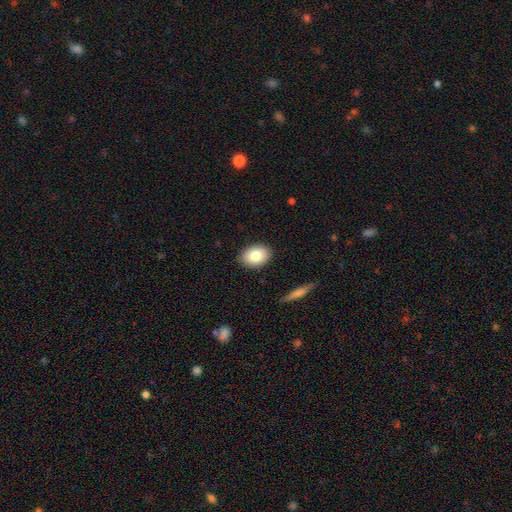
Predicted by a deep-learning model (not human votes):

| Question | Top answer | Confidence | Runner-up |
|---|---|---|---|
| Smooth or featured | smooth | 82% | featured or disk (11%) |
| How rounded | in between | 80% | round (18%) |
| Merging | none | 88% | minor disturbance (8%) |